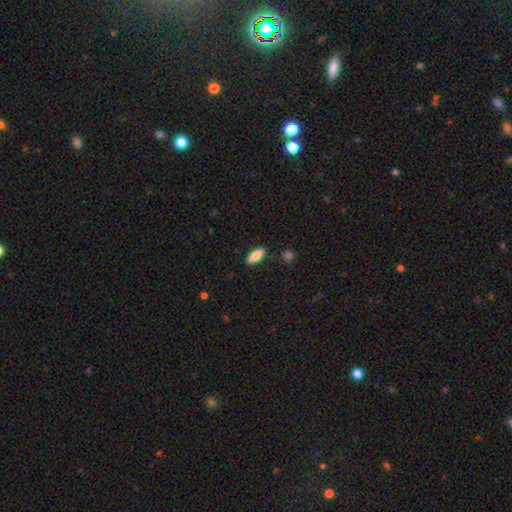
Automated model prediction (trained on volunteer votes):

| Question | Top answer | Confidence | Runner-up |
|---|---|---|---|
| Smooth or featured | smooth | 83% | featured or disk (10%) |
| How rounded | in between | 69% | cigar-shaped (29%) |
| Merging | none | 87% | minor disturbance (9%) |